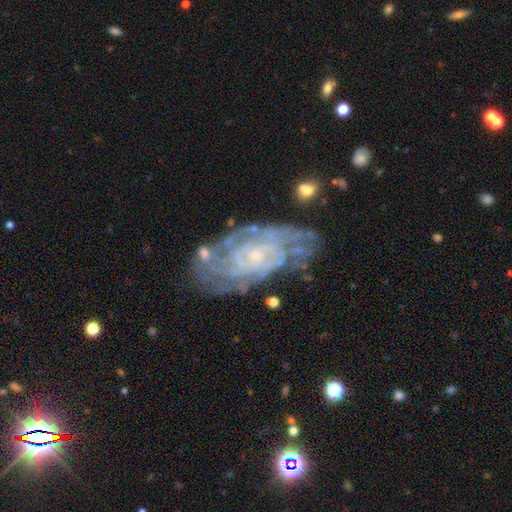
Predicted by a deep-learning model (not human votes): Overall: featured or disk (85%). Edge-on disk: no (95%). Bar: no (66%; weak 28%). Spiral arms: yes (93%). Spiral arm count: can't tell (44%; 2 17%). Spiral winding: tight (71%). Bulge size: small (73%). Merging: none (68%).